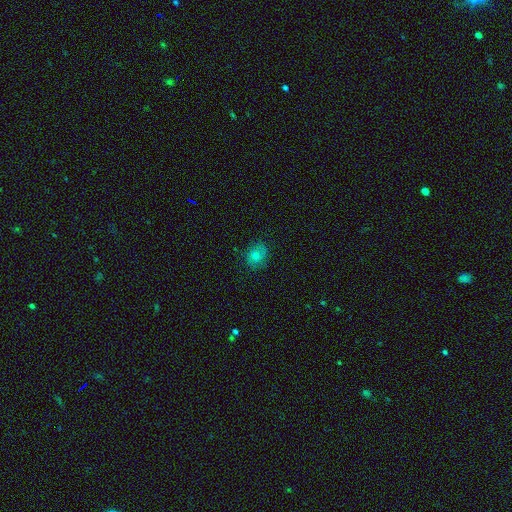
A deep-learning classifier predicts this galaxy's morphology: smooth-or-featured: smooth: 60% | featured or disk: 24% | star or artifact: 16%
  how-rounded: round: 69% | in between: 30% | cigar-shaped: 1%
  merging: none: 79% | minor disturbance: 16% | major disturbance: 4% | merger: 1%